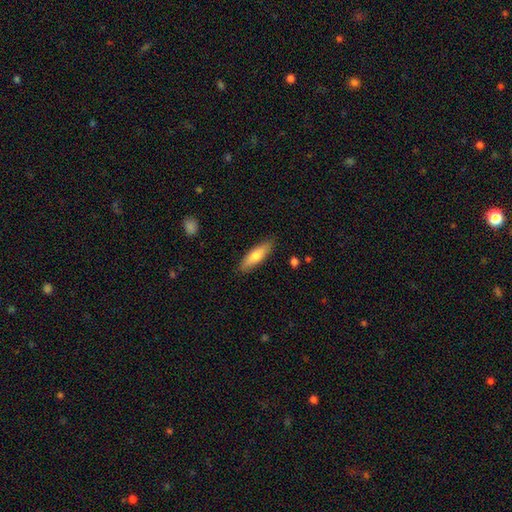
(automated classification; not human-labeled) Smooth or featured: smooth — 71% (featured or disk — 23%)
How rounded: cigar-shaped — 55% (in between — 44%)
Merging: none — 87% (minor disturbance — 10%)